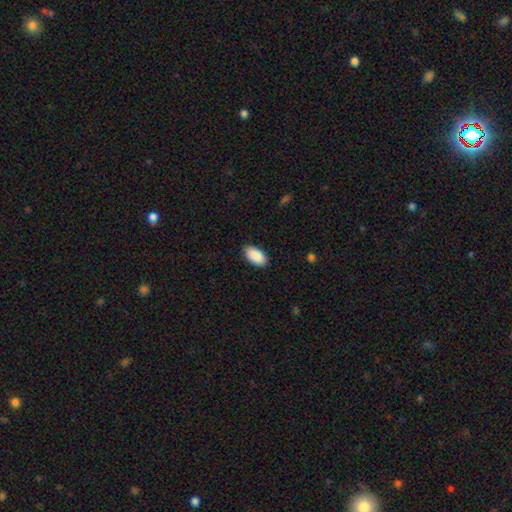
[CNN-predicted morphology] Smooth or featured? smooth (91%)
How rounded? in between (96%)
Merging? none (87%)